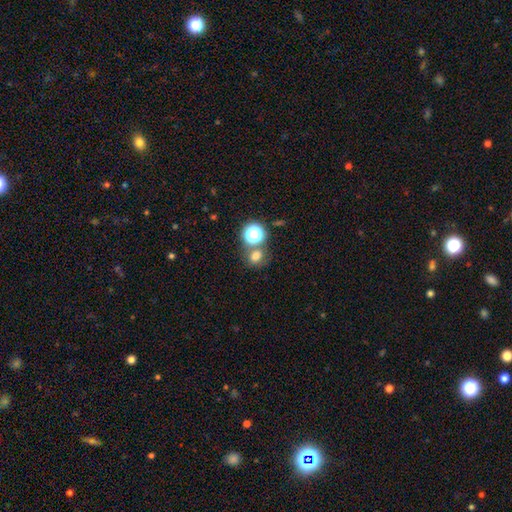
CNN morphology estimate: A smooth galaxy with no disk features (70%) that is round (67%). Merging: none (60%).